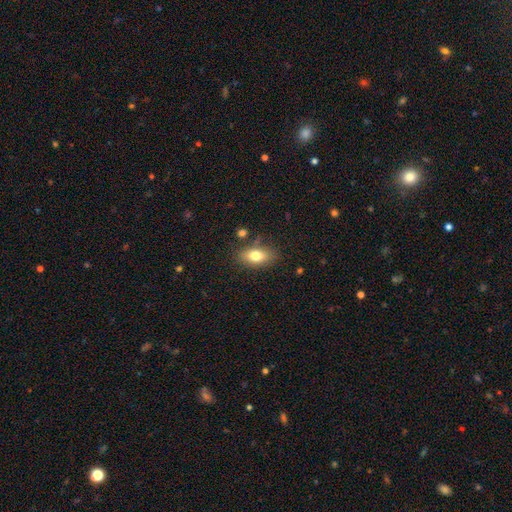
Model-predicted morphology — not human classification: This is likely a smooth galaxy (77%). How rounded: clearly in between (86%). Merging: likely none (78%).